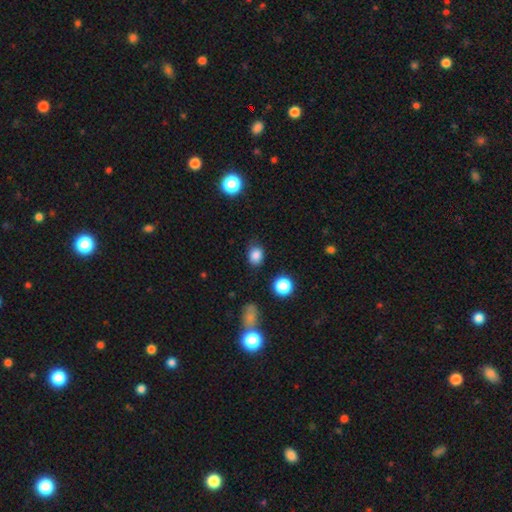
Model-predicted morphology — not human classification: A smooth galaxy with no disk features (83%) that is in between round and cigar-shaped (50%). Merging: none (77%).